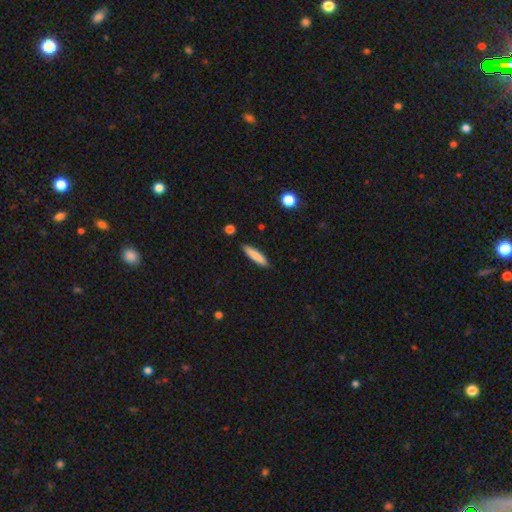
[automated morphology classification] Smooth or featured? Predicted: smooth (p=0.82). How rounded? Predicted: cigar-shaped (p=0.86). Merging? Predicted: none (p=0.88).